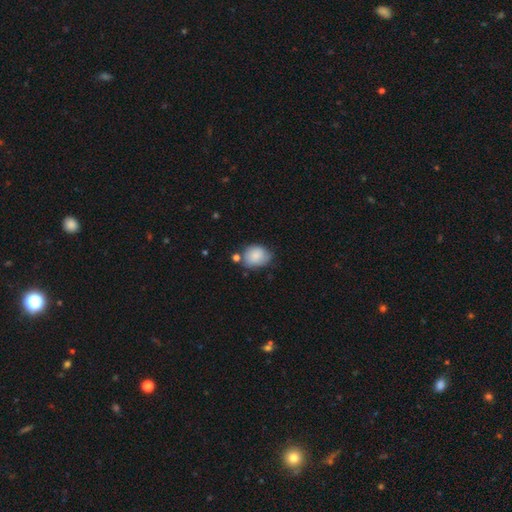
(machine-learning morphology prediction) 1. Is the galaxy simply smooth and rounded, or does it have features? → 82% smooth, 11% featured or disk, 8% star or artifact.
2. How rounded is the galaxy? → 53% round, 46% in between, 1% cigar-shaped.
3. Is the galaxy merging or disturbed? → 58% none, 27% minor disturbance, 9% merger, 6% major disturbance.